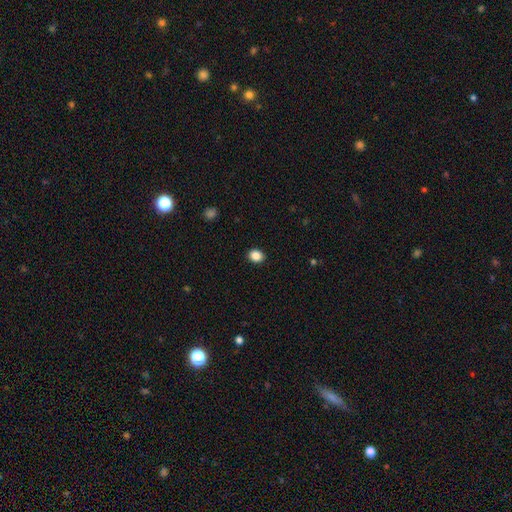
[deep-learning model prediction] Overall: smooth (87%). How rounded: round (60%; in between 39%). Merging: none (91%).